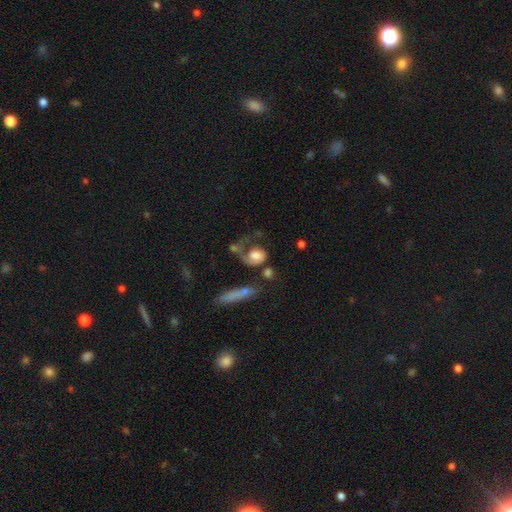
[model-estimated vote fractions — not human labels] A featured or disk galaxy (55%) with no bar (76%), spiral arms (80%) and a moderate central bulge (37%).

Vote fractions:
- Smooth or featured? featured or disk: 55% / smooth: 38% / star or artifact: 7%
- Edge-on disk? no: 96% / yes: 4%
- Bar? no: 76% / weak: 19% / strong: 5%
- Spiral arms? yes: 80% / no: 20%
- Bulge size? moderate: 37% / large: 36% / small: 11% / none: 9% / dominant: 7%
- Merging? major disturbance: 42% / none: 27% / merger: 17% / minor disturbance: 13%